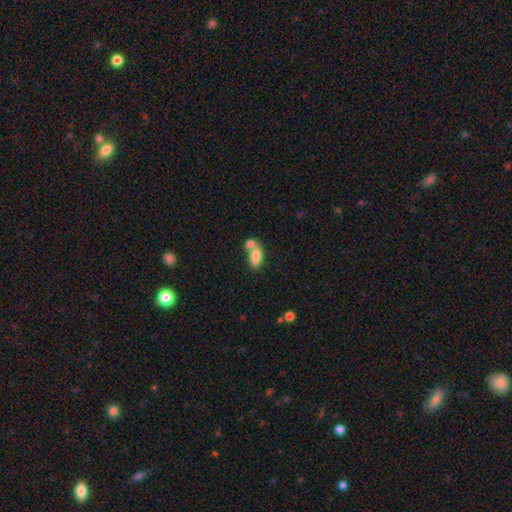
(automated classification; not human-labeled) Smooth or featured? Predicted: smooth (p=0.80). How rounded? Predicted: in between (p=0.88). Merging? Predicted: merger (p=0.54).